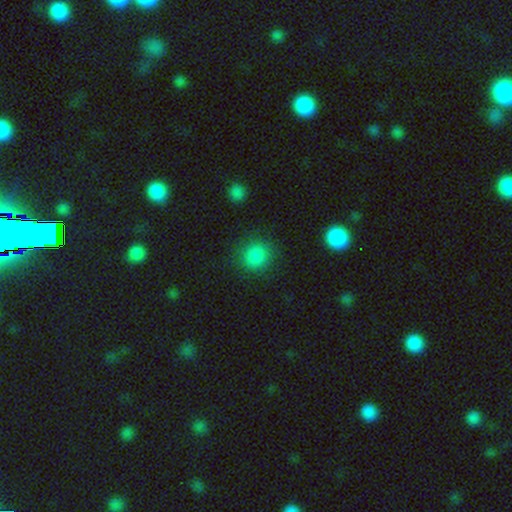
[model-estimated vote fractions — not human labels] Smooth or featured?
  - smooth: 85% *
  - star or artifact: 11%
  - featured or disk: 4%
How rounded?
  - round: 85% *
  - in between: 14%
  - cigar-shaped: 1%
Merging?
  - none: 86% *
  - minor disturbance: 8%
  - major disturbance: 4%
  - merger: 1%